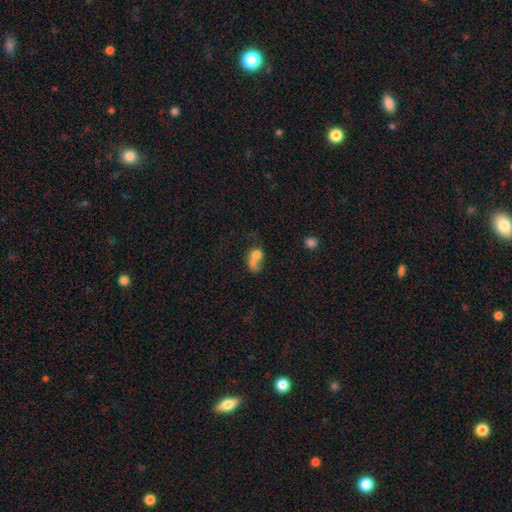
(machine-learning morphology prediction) Smooth or featured? smooth (68%)
How rounded? round (50%)
Merging? merger (63%)